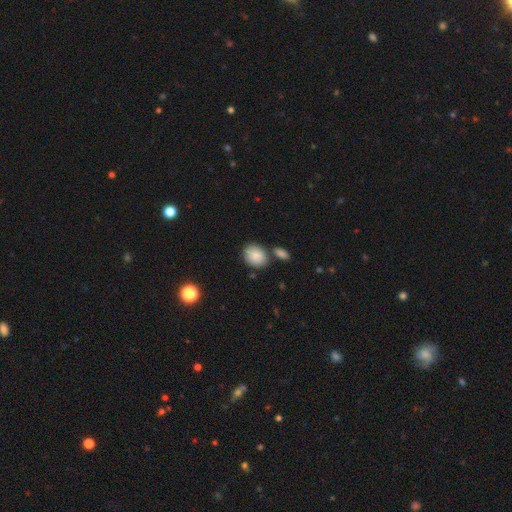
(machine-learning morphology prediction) Q: Smooth or featured?
A: smooth (86%); runner-up: star or artifact (7%)
Q: How rounded?
A: in between (53%); runner-up: round (46%)
Q: Merging?
A: none (68%); runner-up: merger (16%)